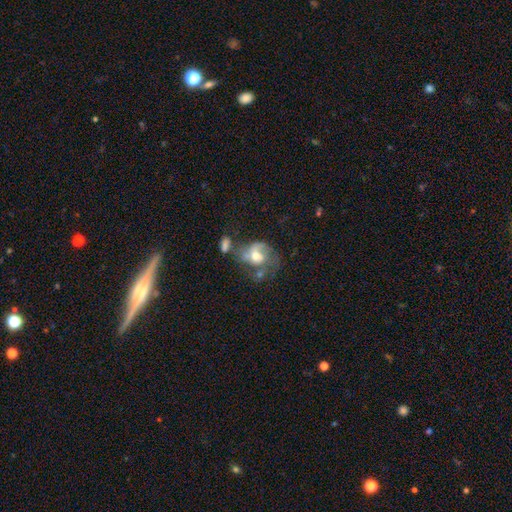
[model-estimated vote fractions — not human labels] This appears to be a featured or disk galaxy (56%) with no bar (64%), spiral arms (67%) and a moderate central bulge (64%). Merging: major disturbance (31%).